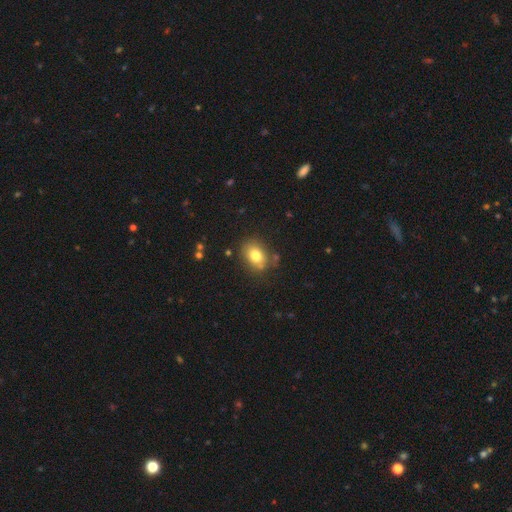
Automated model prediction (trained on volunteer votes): Smooth or featured? smooth (79%)
How rounded? in between (65%)
Merging? none (77%)